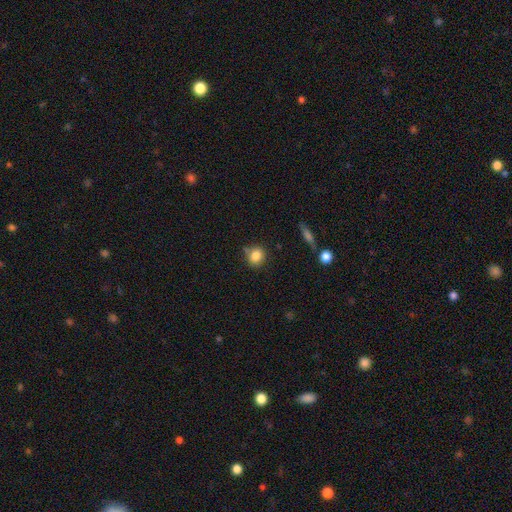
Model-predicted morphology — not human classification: Smooth or featured? Predicted: smooth (p=0.83). How rounded? Predicted: round (p=0.79). Merging? Predicted: none (p=0.72).